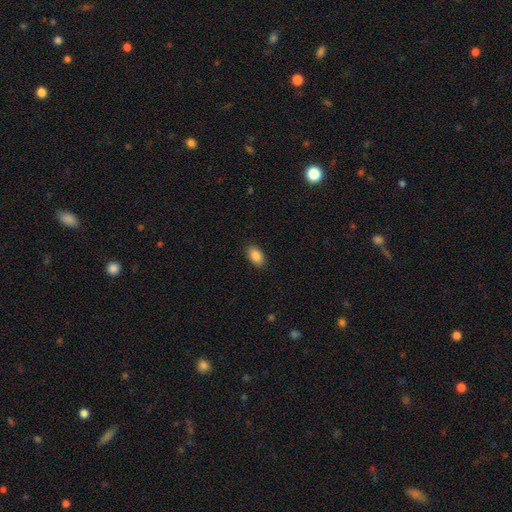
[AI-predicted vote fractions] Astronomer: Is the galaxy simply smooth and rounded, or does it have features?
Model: smooth — 88%.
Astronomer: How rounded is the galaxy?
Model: in between — 91%.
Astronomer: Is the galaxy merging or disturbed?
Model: none — 89%.